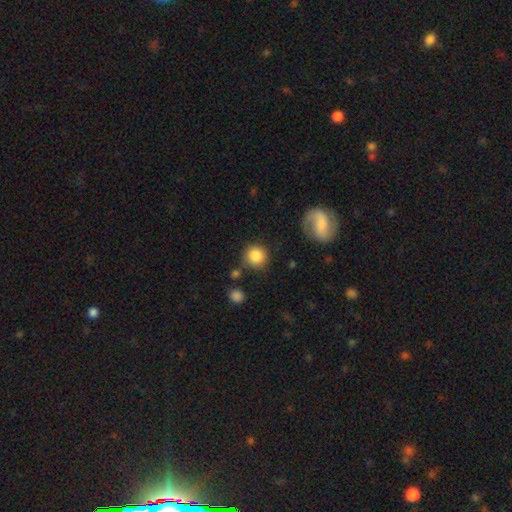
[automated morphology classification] A smooth galaxy with no disk features (85%) that is round (91%). Merging: none (78%).